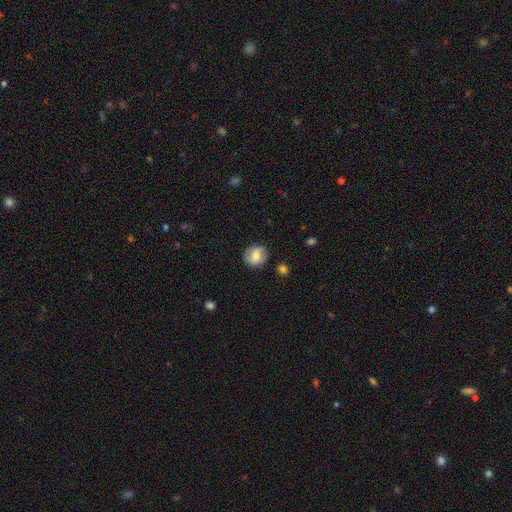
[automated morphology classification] Smooth or featured: smooth — 64% (featured or disk — 28%)
How rounded: round — 80% (in between — 19%)
Merging: none — 82% (minor disturbance — 13%)